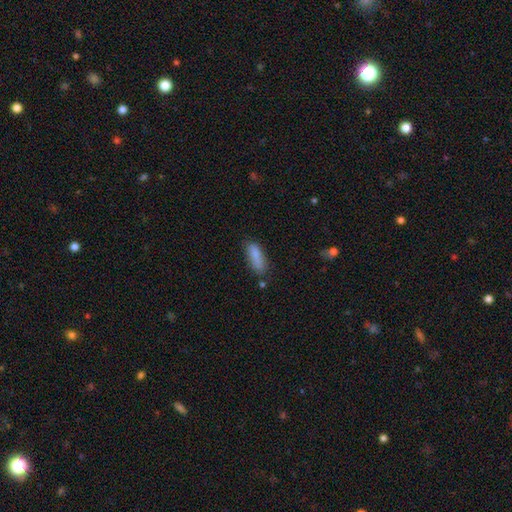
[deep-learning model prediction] smooth_or_featured: smooth (p=0.85) [alt: featured or disk p=0.08]
how_rounded: in between (p=0.60) [alt: cigar-shaped p=0.38]
merging: none (p=0.69) [alt: minor disturbance p=0.21]